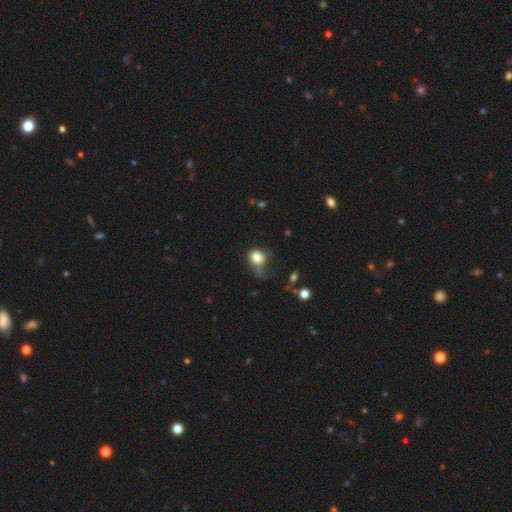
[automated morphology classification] smooth_or_featured: smooth (p=0.80) [alt: star or artifact p=0.10]
how_rounded: round (p=0.54) [alt: in between p=0.45]
merging: none (p=0.34) [alt: minor disturbance p=0.31]